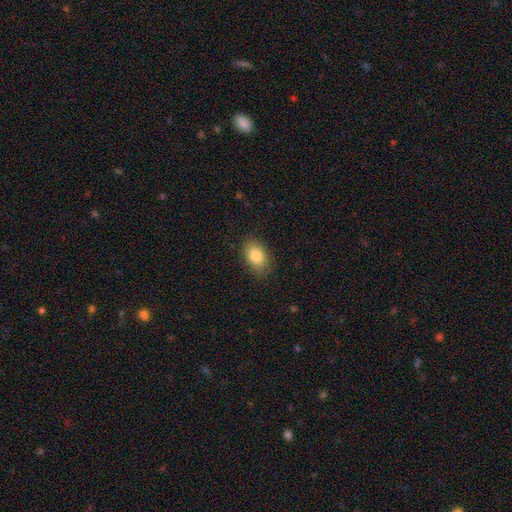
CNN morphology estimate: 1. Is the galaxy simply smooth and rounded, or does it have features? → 84% smooth, 9% featured or disk, 8% star or artifact.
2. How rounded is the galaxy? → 86% in between, 12% round, 2% cigar-shaped.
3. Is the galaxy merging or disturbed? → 84% none, 12% minor disturbance, 3% major disturbance, 1% merger.